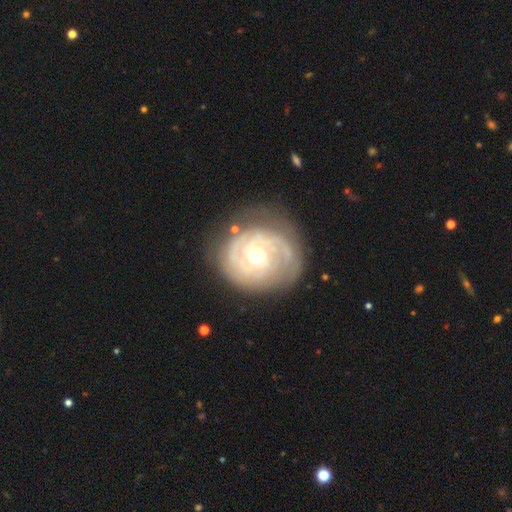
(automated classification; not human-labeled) Smooth or featured: featured or disk — 85% (smooth — 10%)
Edge-on disk: no — 98% (yes — 2%)
Bar: no — 71% (weak — 23%)
Spiral arms: yes — 93% (no — 7%)
Spiral winding: tight — 73% (medium — 21%)
Spiral arm count: can't tell — 31% (2 — 30%)
Bulge size: moderate — 73% (small — 13%)
Merging: none — 72% (minor disturbance — 19%)